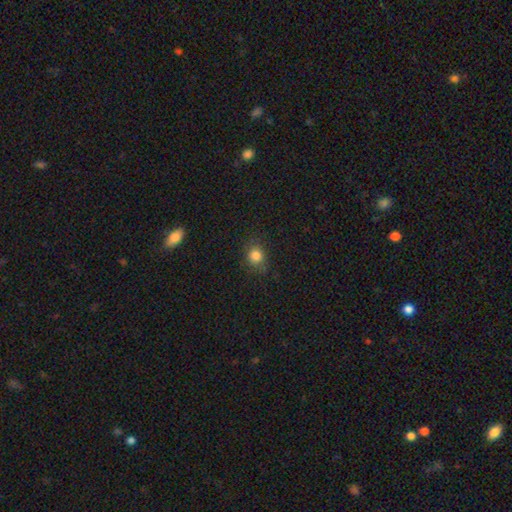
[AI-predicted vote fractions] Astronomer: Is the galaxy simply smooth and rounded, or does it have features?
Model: smooth — 82%.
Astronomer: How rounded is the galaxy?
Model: round — 74%.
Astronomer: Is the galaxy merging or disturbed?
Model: none — 81%.